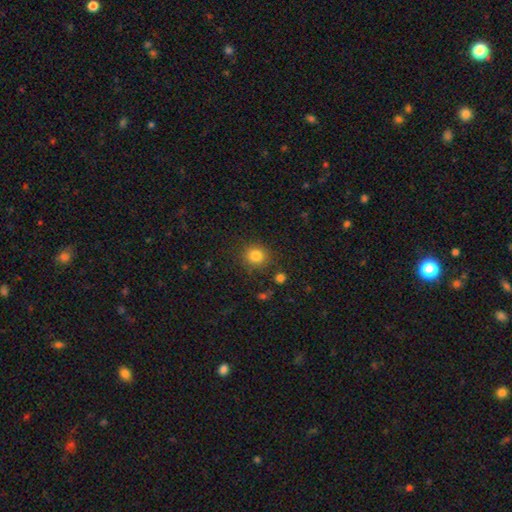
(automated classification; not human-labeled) Q: Smooth or featured?
A: smooth (83%); runner-up: star or artifact (12%)
Q: How rounded?
A: round (89%); runner-up: in between (10%)
Q: Merging?
A: none (85%); runner-up: minor disturbance (9%)